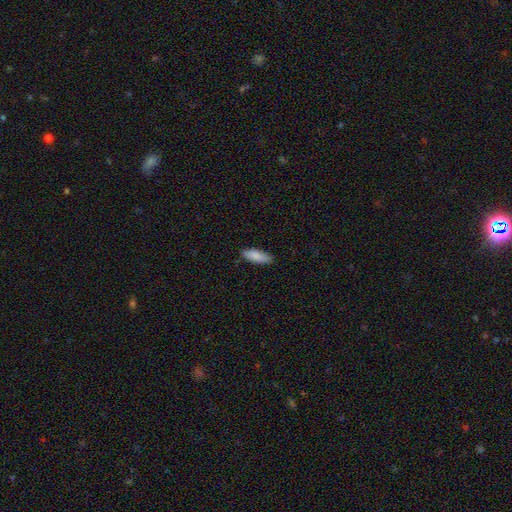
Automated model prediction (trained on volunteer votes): Overall: smooth (88%). How rounded: in between (59%; cigar-shaped 40%). Merging: none (85%).